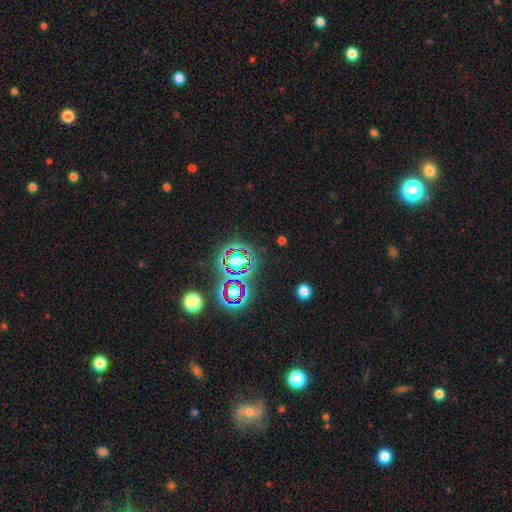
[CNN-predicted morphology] Q: Smooth or featured?
A: star or artifact (74%); runner-up: smooth (17%)